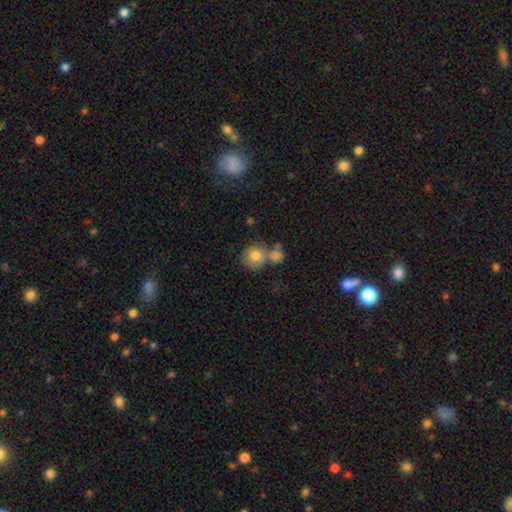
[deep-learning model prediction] The model was most divided on "merging": none: 42%, merger: 40%, minor disturbance: 12%, major disturbance: 6%. More confident: how rounded — round (83%); smooth or featured — smooth (78%).